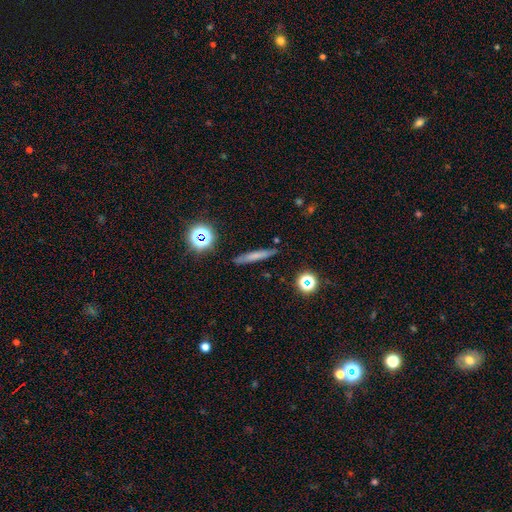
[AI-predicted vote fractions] Smooth or featured? smooth (64%)
How rounded? cigar-shaped (90%)
Merging? none (87%)